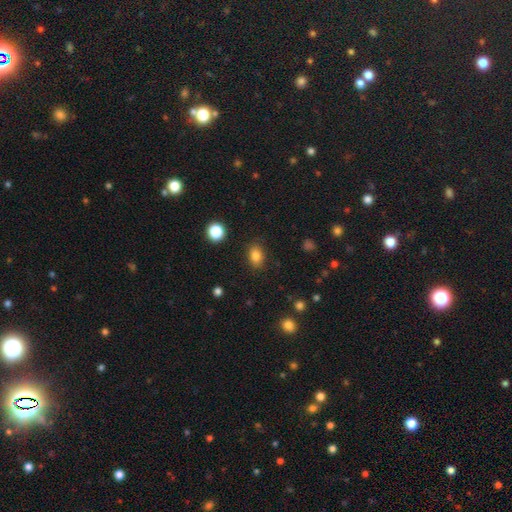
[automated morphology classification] smooth-or-featured: smooth: 83% | star or artifact: 11% | featured or disk: 6%
  how-rounded: in between: 70% | round: 29% | cigar-shaped: 1%
  merging: none: 85% | minor disturbance: 10% | major disturbance: 3% | merger: 2%